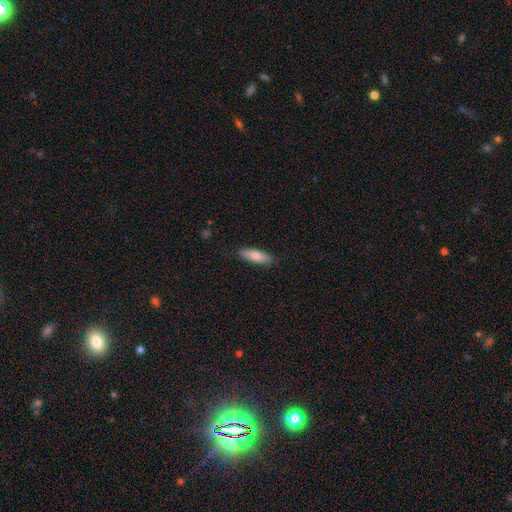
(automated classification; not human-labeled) smooth 79%, featured or disk 15%, star or artifact 6%. Down the decision tree: how rounded — cigar-shaped (51%); merging — none (86%).